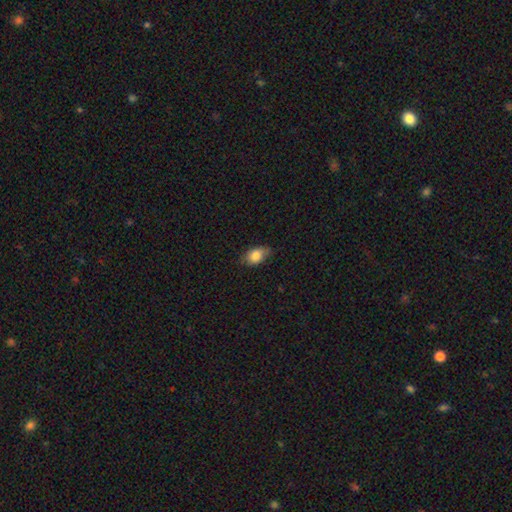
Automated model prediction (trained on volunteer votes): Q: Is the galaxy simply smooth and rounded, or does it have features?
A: smooth — 83%.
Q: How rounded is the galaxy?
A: in between — 84%.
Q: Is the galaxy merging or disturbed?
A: none — 66%.